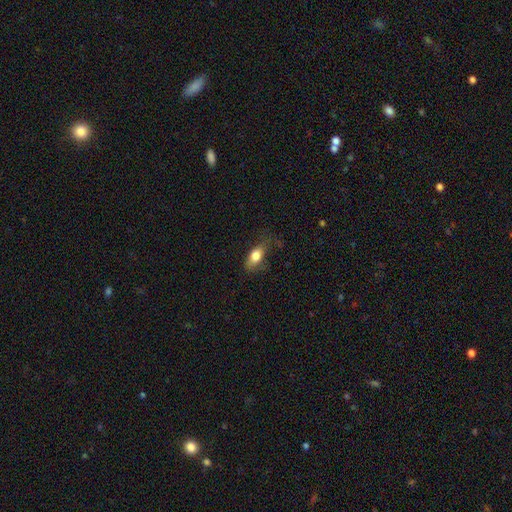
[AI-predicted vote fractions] smooth-or-featured: smooth: 78% | featured or disk: 15% | star or artifact: 7%
  how-rounded: in between: 82% | cigar-shaped: 11% | round: 6%
  merging: none: 60% | minor disturbance: 27% | major disturbance: 12% | merger: 2%